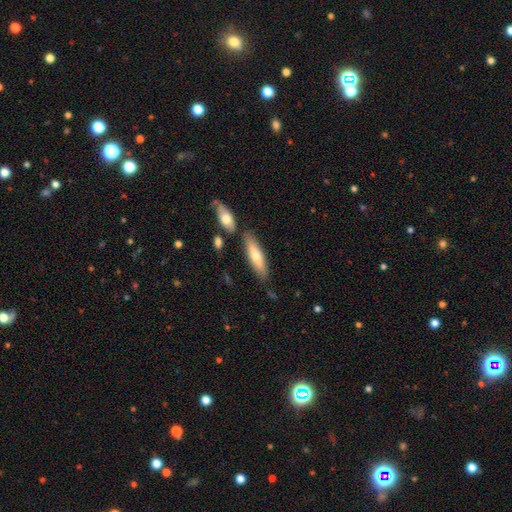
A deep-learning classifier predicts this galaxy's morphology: smooth_or_featured: smooth (p=0.68) [alt: featured or disk p=0.27]
how_rounded: cigar-shaped (p=0.63) [alt: in between p=0.35]
merging: none (p=0.76) [alt: minor disturbance p=0.13]